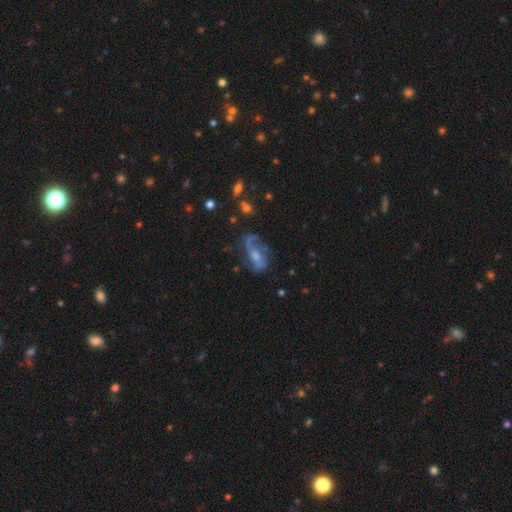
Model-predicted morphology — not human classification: Smooth or featured? featured or disk (76%)
Edge-on disk? no (94%)
Bar? no (49%)
Spiral arms? yes (88%)
Spiral winding? loose (52%)
Spiral arm count? 2 (68%)
Bulge size? moderate (51%)
Merging? none (56%)